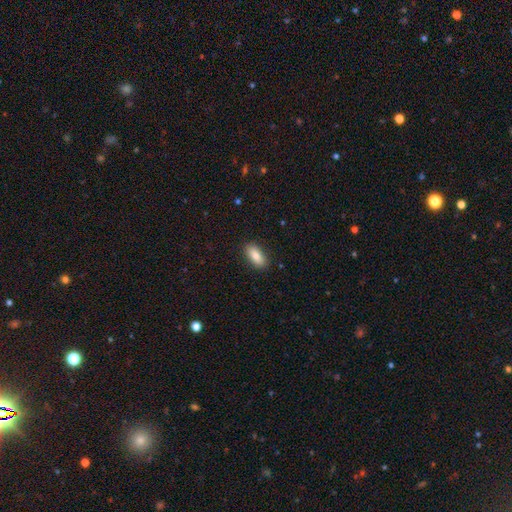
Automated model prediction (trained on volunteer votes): smooth_or_featured: smooth (p=0.86) [alt: featured or disk p=0.07]
how_rounded: in between (p=0.86) [alt: cigar-shaped p=0.12]
merging: none (p=0.88) [alt: minor disturbance p=0.09]